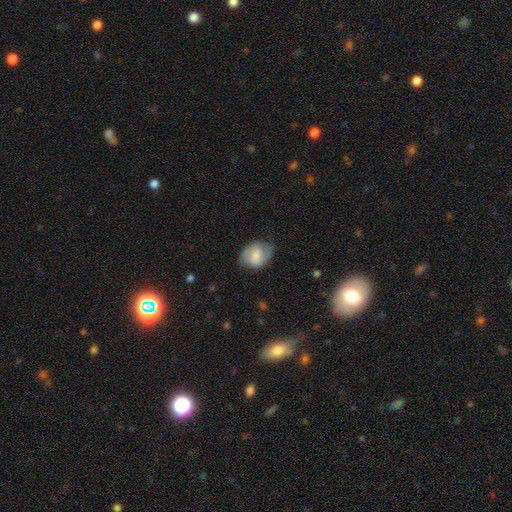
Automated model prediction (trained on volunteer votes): Smooth or featured?
  - smooth: 48% *
  - featured or disk: 46%
  - star or artifact: 7%
Merging?
  - none: 68% *
  - minor disturbance: 23%
  - major disturbance: 7%
  - merger: 1%